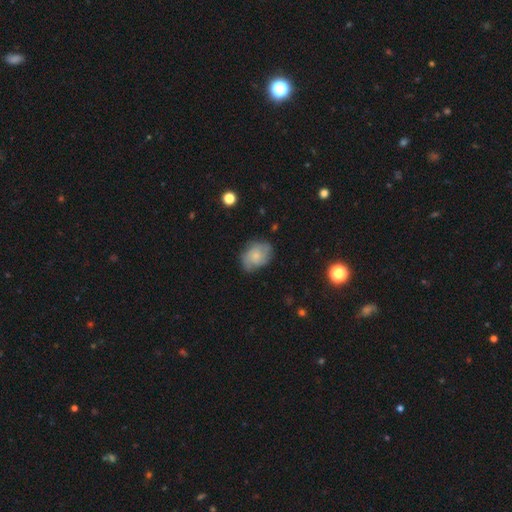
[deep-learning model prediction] A smooth galaxy with no disk features (48%). Merging: none (67%).